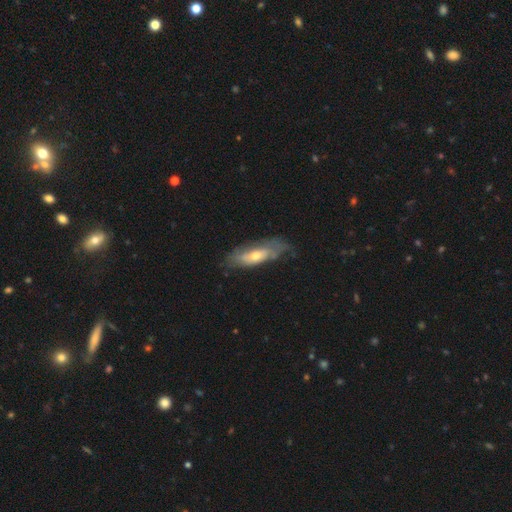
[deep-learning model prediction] This appears to be a featured or disk galaxy (49%). Merging: none (57%).